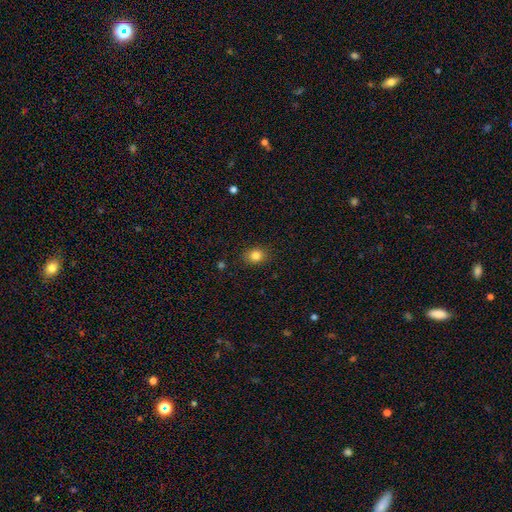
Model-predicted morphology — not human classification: This appears to be a smooth galaxy with no disk features (83%) that is in between round and cigar-shaped (51%). Merging: none (87%).